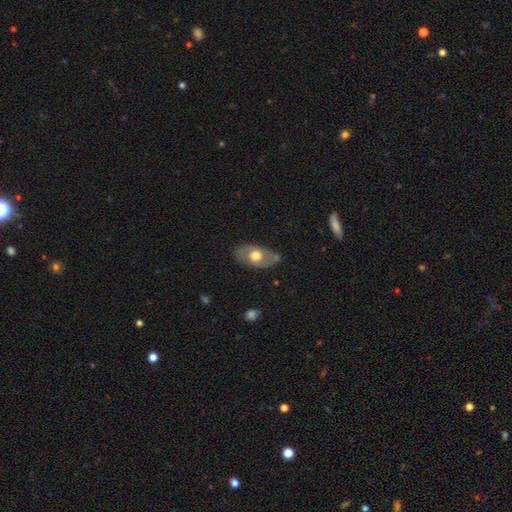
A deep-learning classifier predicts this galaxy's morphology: This is possibly a smooth galaxy (48%). Merging: likely none (73%).